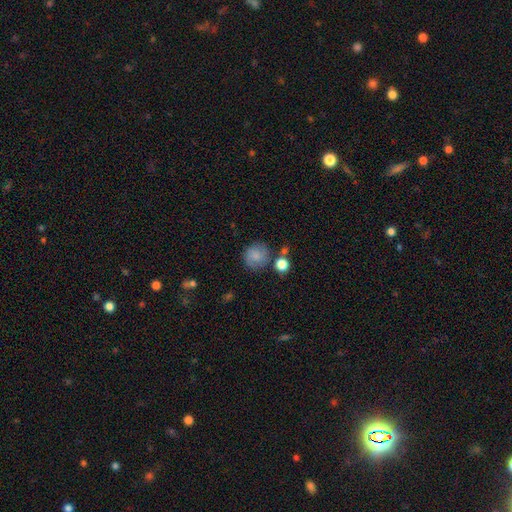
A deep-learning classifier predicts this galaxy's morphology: Smooth or featured: smooth — 79% (featured or disk — 12%)
How rounded: round — 89% (in between — 10%)
Merging: none — 74% (minor disturbance — 15%)